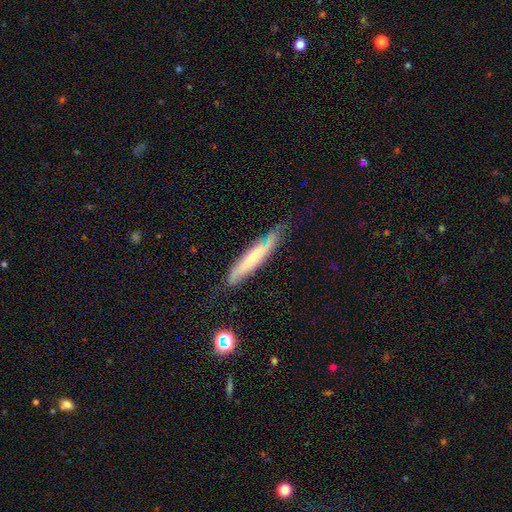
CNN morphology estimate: The model was most divided on "smooth or featured": featured or disk: 59%, smooth: 33%, star or artifact: 8%. More confident: merging — none (67%); edge-on disk — yes (66%).